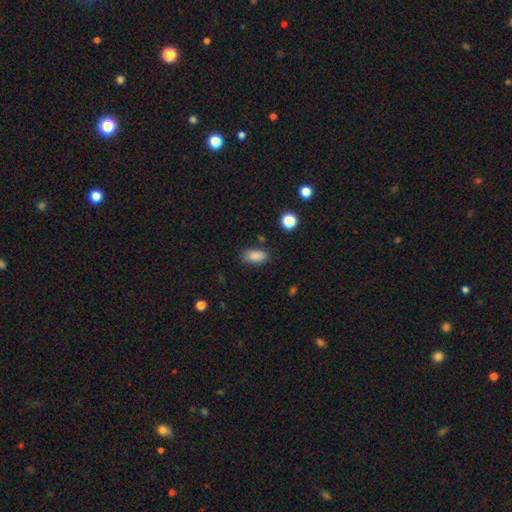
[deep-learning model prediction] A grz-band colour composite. It shows a smooth galaxy with no disk features (86%) that is in between round and cigar-shaped (90%). Merging: none (82%).